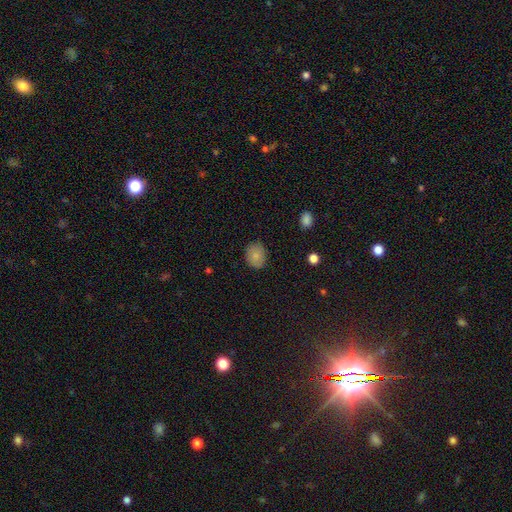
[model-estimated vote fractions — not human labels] Smooth or featured? Predicted: smooth (p=0.85). How rounded? Predicted: in between (p=0.53). Merging? Predicted: none (p=0.81).